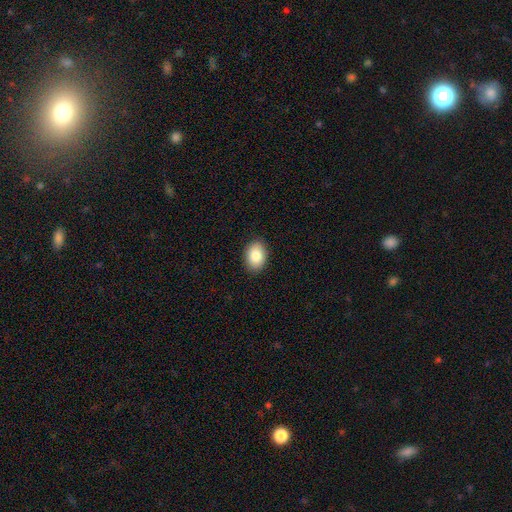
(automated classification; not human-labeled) This is clearly a smooth galaxy (86%). How rounded: likely in between (79%). Merging: clearly none (90%).